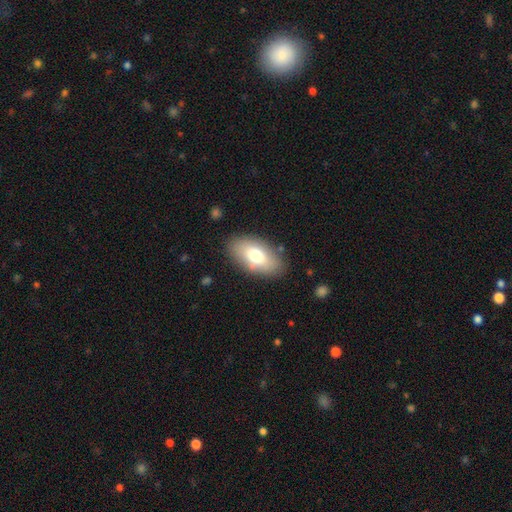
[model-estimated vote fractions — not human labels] Smooth or featured? Predicted: smooth (p=0.73). How rounded? Predicted: in between (p=0.92). Merging? Predicted: none (p=0.83).